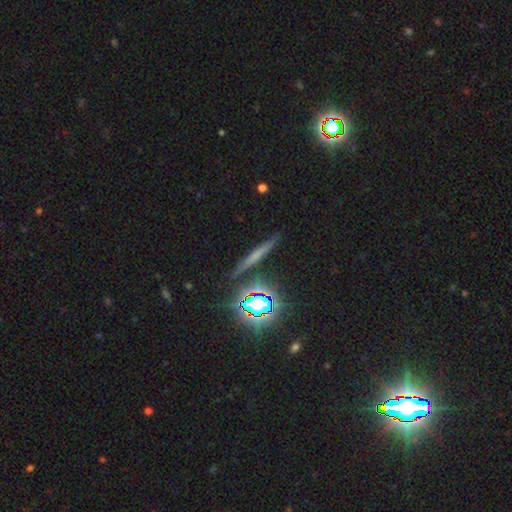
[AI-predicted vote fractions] Smooth or featured: smooth — 43% (featured or disk — 32%)
Merging: none — 86% (minor disturbance — 9%)